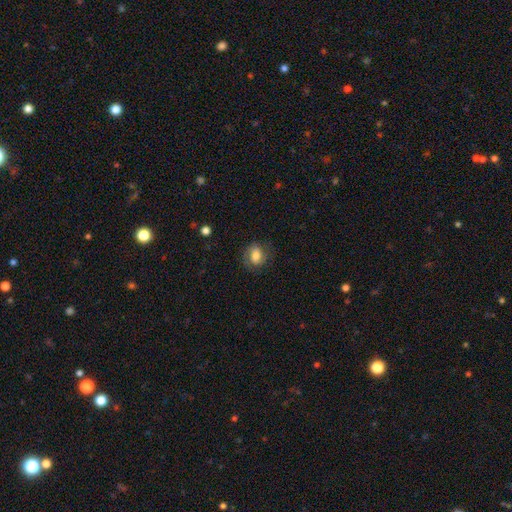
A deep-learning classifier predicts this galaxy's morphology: Smooth or featured? smooth (63%)
How rounded? in between (55%)
Merging? none (72%)